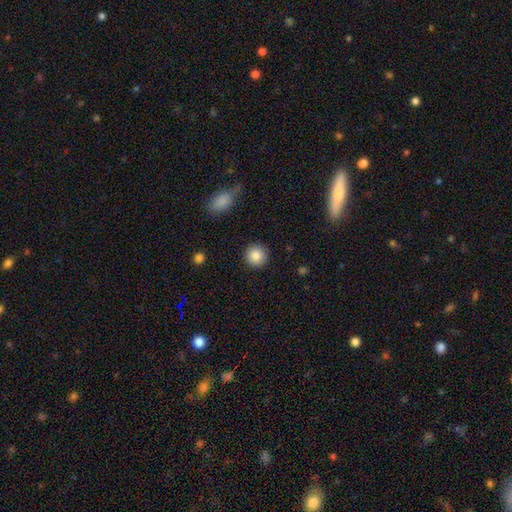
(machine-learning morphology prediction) smooth_or_featured: smooth (p=0.87) [alt: star or artifact p=0.08]
how_rounded: round (p=0.94) [alt: in between p=0.05]
merging: none (p=0.91) [alt: minor disturbance p=0.05]